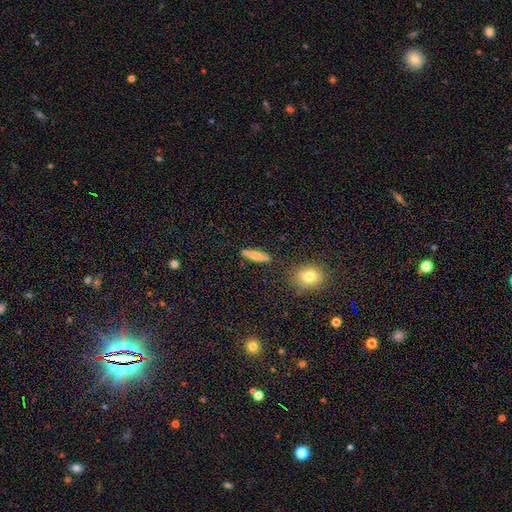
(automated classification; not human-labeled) smooth 64%, featured or disk 27%, star or artifact 8%. Down the decision tree: how rounded — cigar-shaped (75%); merging — none (85%).